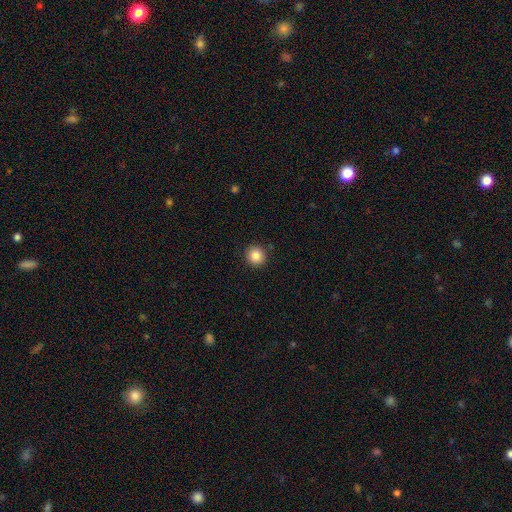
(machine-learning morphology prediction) smooth_or_featured: smooth (p=0.85) [alt: star or artifact p=0.10]
how_rounded: round (p=0.93) [alt: in between p=0.06]
merging: none (p=0.91) [alt: minor disturbance p=0.06]